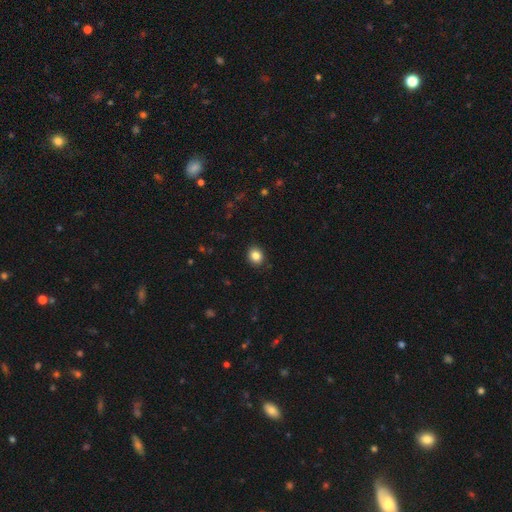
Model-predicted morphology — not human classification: smooth 85%, star or artifact 10%, featured or disk 5%. Down the decision tree: how rounded — round (68%); merging — none (91%).